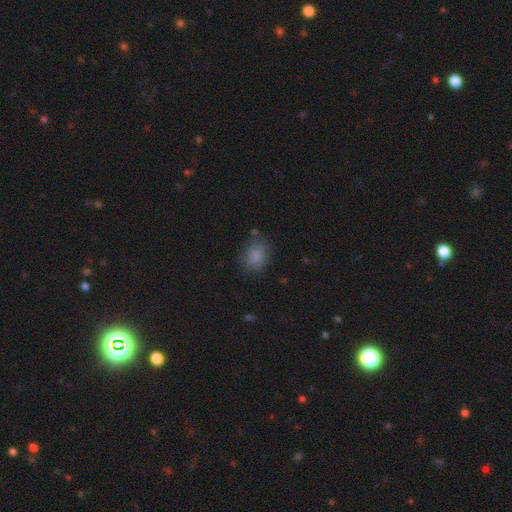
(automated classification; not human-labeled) Smooth or featured?
  - smooth: 83% *
  - star or artifact: 10%
  - featured or disk: 7%
How rounded?
  - in between: 50% *
  - round: 49%
  - cigar-shaped: 1%
Merging?
  - none: 74% *
  - minor disturbance: 18%
  - major disturbance: 5%
  - merger: 4%